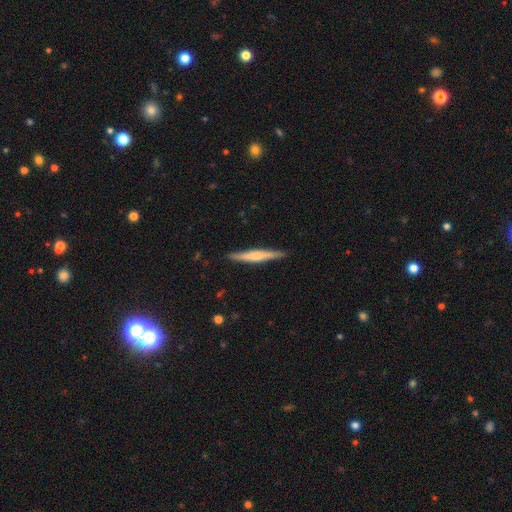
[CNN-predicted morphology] This appears to be a featured or disk galaxy (56%) viewed edge-on (97%) with a rounded central bulge (73%). Merging: none (90%).